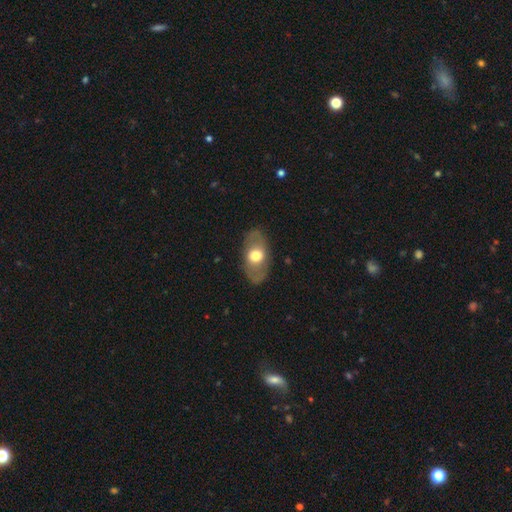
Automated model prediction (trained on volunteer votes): Smooth or featured? smooth (50%)
How rounded? in between (84%)
Merging? none (82%)